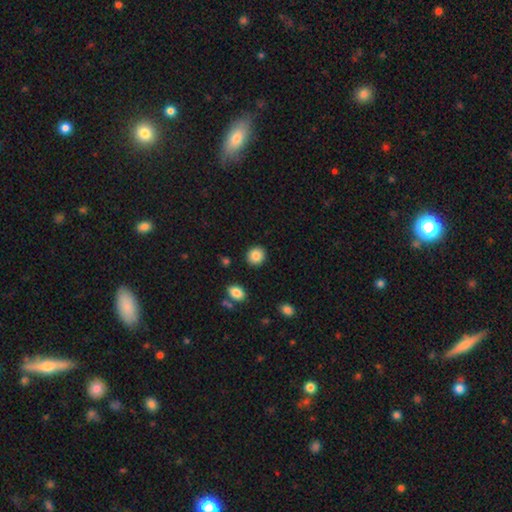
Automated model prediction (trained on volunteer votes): smooth 87%, star or artifact 9%, featured or disk 5%. Down the decision tree: how rounded — round (86%); merging — none (90%).